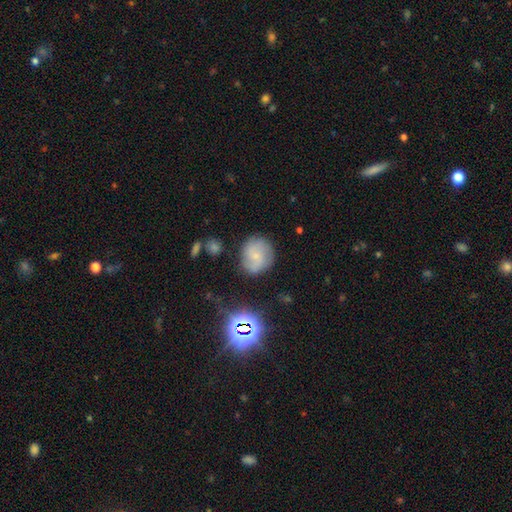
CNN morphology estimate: Smooth or featured: smooth — 45% (featured or disk — 41%)
Merging: none — 75% (minor disturbance — 17%)